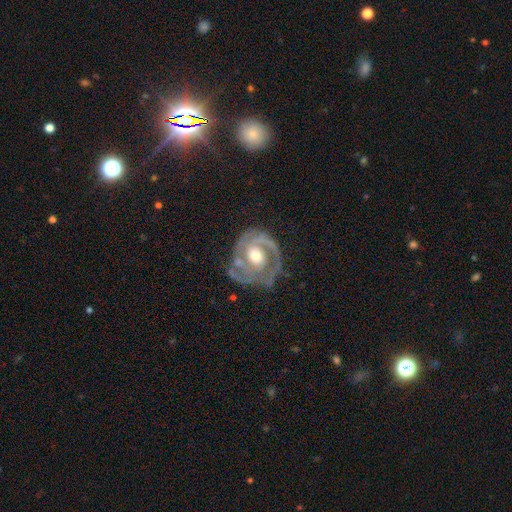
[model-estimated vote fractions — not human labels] featured or disk 86%, smooth 9%, star or artifact 5%. Down the decision tree: edge-on disk — no (97%); bar — no (67%); spiral arms — yes (92%); spiral arm count — 2 (45%); spiral winding — tight (63%); bulge size — moderate (70%); merging — none (64%).